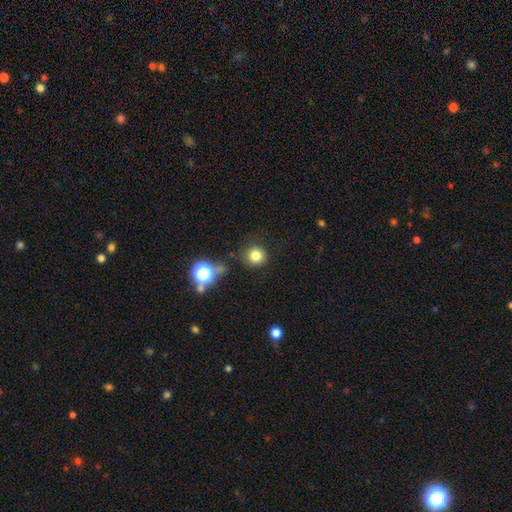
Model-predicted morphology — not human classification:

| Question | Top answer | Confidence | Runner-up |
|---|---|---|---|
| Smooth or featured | smooth | 80% | star or artifact (14%) |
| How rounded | round | 92% | in between (7%) |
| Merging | none | 81% | minor disturbance (11%) |